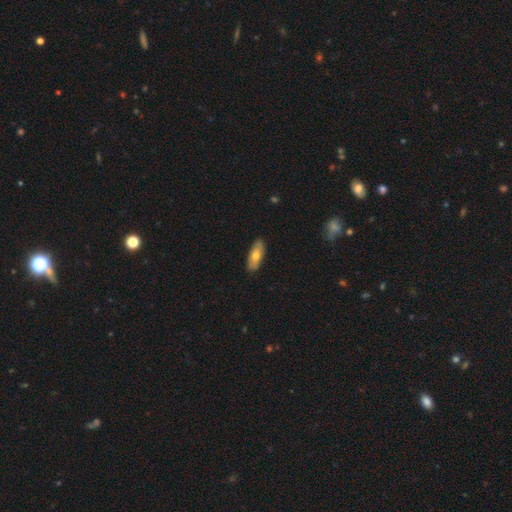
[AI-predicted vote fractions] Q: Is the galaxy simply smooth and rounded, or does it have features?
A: smooth — 63%.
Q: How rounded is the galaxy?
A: in between — 78%.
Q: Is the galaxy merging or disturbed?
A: none — 88%.